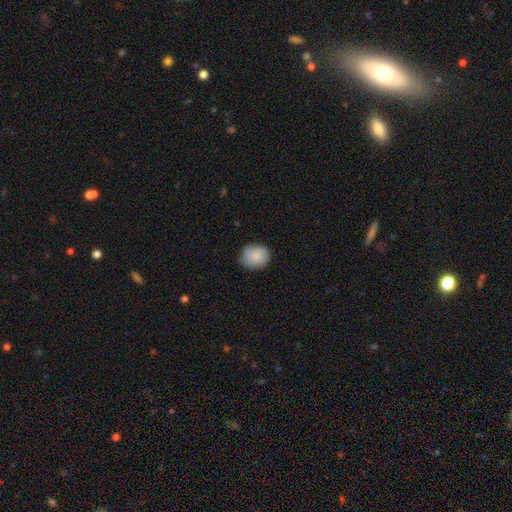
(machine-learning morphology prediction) Smooth or featured?
  - smooth: 84% *
  - featured or disk: 9%
  - star or artifact: 7%
How rounded?
  - round: 62% *
  - in between: 37%
  - cigar-shaped: 1%
Merging?
  - none: 73% *
  - minor disturbance: 22%
  - major disturbance: 4%
  - merger: 1%